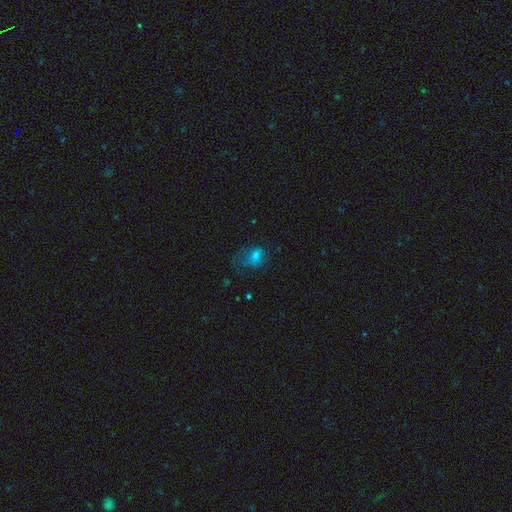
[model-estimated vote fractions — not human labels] smooth 58%, featured or disk 24%, star or artifact 17%. Down the decision tree: how rounded — in between (68%); merging — major disturbance (39%).